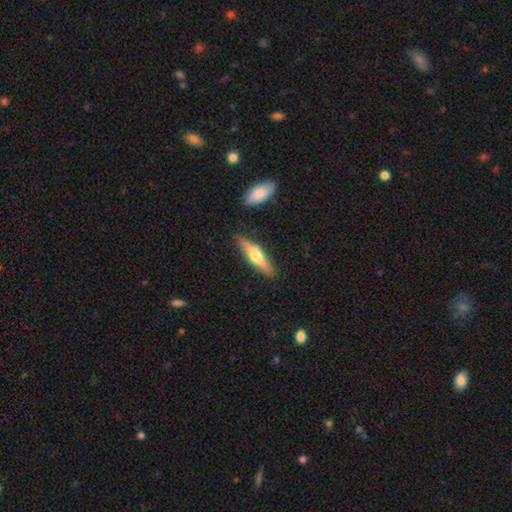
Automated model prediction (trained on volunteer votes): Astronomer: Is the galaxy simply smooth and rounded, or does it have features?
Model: featured or disk — 51% (runner-up: smooth, 43%).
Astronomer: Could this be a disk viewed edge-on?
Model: yes — 93%.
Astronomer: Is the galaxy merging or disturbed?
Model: none — 82%.